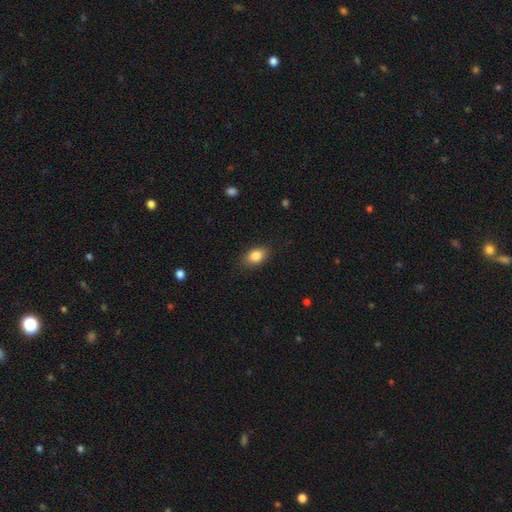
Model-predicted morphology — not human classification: smooth_or_featured: smooth (p=0.84) [alt: star or artifact p=0.08]
how_rounded: in between (p=0.83) [alt: round p=0.15]
merging: none (p=0.84) [alt: minor disturbance p=0.12]